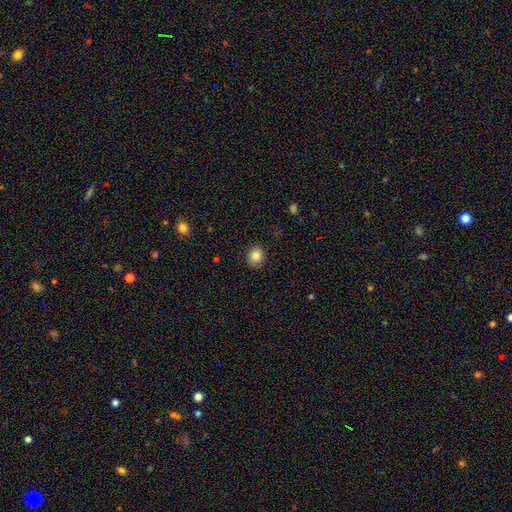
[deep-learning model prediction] A smooth galaxy with no disk features (85%) that is round (72%).

Vote fractions:
- Smooth or featured? smooth: 85% / star or artifact: 10% / featured or disk: 5%
- How rounded? round: 72% / in between: 27% / cigar-shaped: 1%
- Merging? none: 88% / minor disturbance: 9% / major disturbance: 2% / merger: 1%